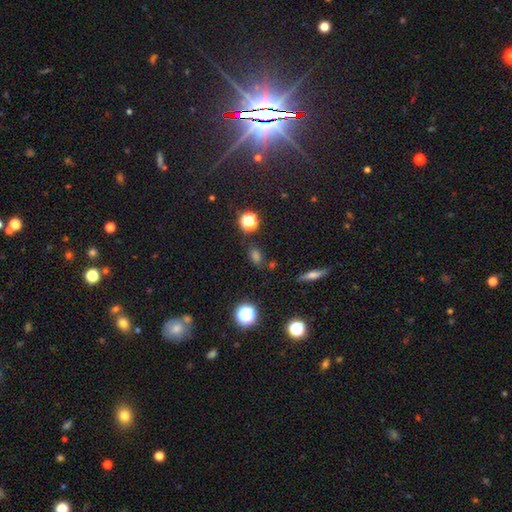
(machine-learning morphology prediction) smooth 63%, star or artifact 28%, featured or disk 9%. Down the decision tree: how rounded — in between (63%); merging — none (79%).